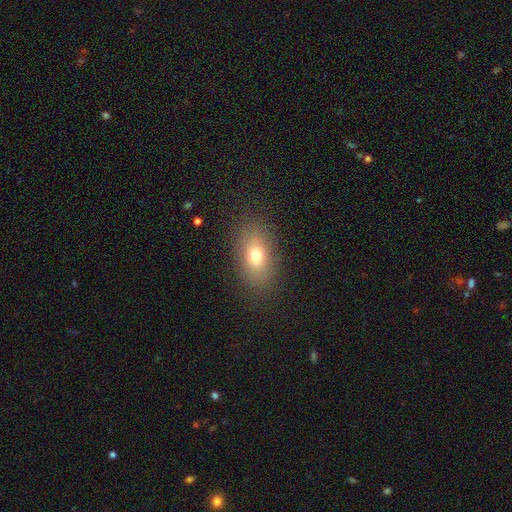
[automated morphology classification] type=smooth (73%); roundness=in between (82%); merging=none (85%).